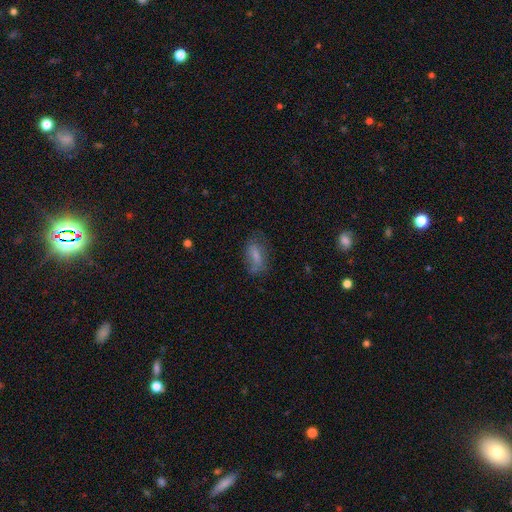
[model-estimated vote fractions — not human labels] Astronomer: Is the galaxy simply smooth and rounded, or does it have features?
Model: smooth — 65%.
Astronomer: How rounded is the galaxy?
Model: in between — 82%.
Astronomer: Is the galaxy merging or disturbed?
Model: none — 61%.